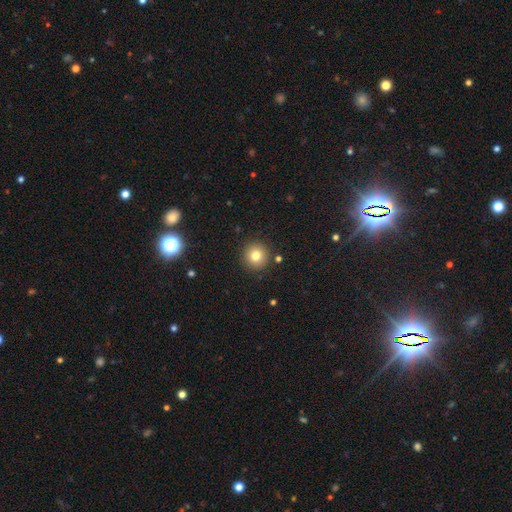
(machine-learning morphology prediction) type=smooth (79%); roundness=round (95%); merging=none (90%).